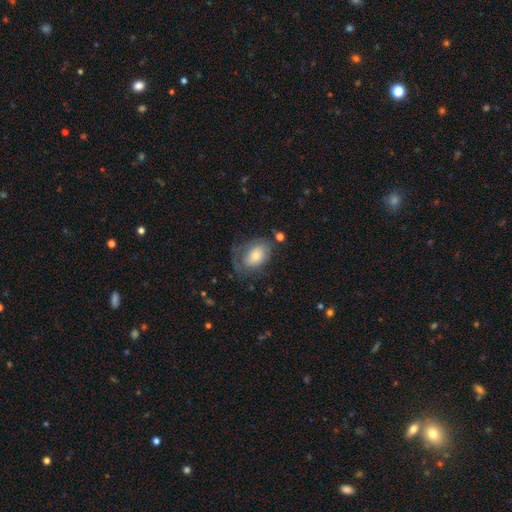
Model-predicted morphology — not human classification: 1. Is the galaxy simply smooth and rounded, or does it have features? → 61% smooth, 32% featured or disk, 8% star or artifact.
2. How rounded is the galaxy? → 81% in between, 18% round, 1% cigar-shaped.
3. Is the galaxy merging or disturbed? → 43% none, 27% major disturbance, 27% minor disturbance, 3% merger.